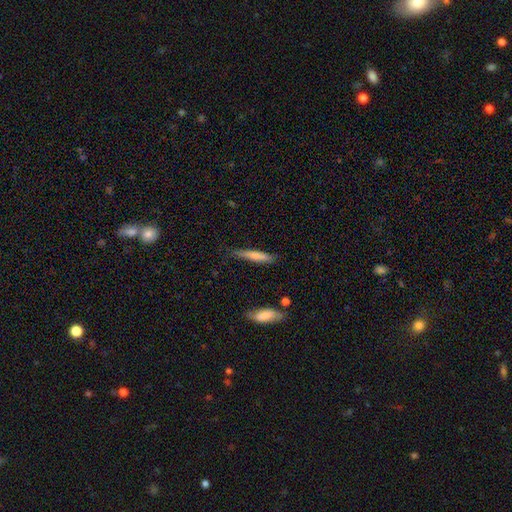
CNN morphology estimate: The model was most divided on "smooth or featured": smooth: 71%, featured or disk: 23%, star or artifact: 6%. More confident: how rounded — cigar-shaped (90%); merging — none (79%).